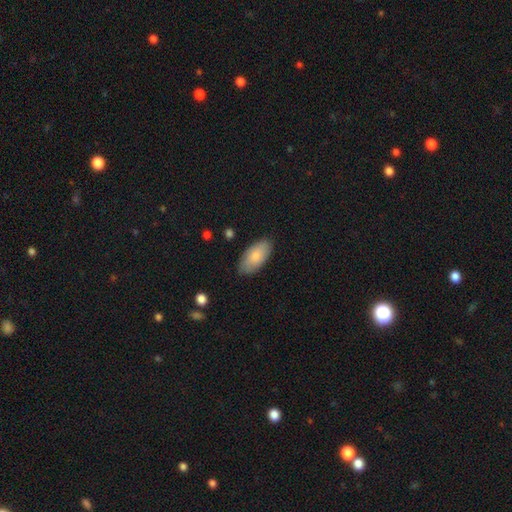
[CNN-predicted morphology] Q: Smooth or featured?
A: smooth (82%); runner-up: featured or disk (12%)
Q: How rounded?
A: in between (93%); runner-up: cigar-shaped (5%)
Q: Merging?
A: none (84%); runner-up: minor disturbance (12%)